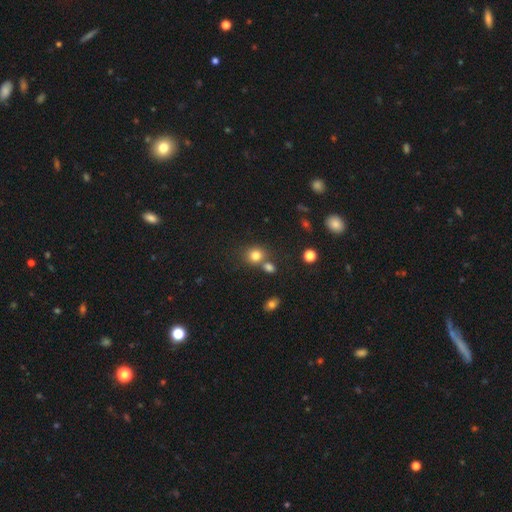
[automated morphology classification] Q: Smooth or featured?
A: smooth (79%); runner-up: star or artifact (13%)
Q: How rounded?
A: round (77%); runner-up: in between (22%)
Q: Merging?
A: none (58%); runner-up: merger (27%)